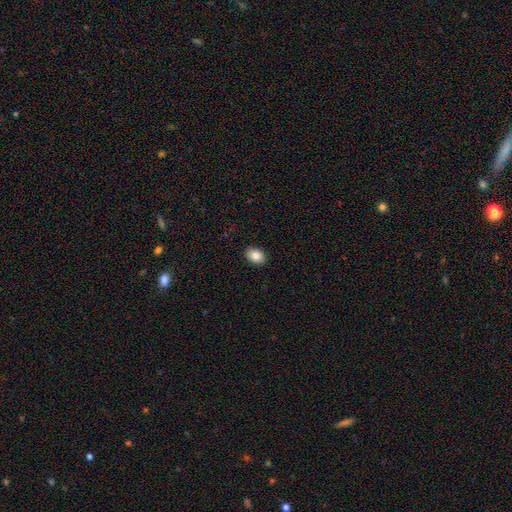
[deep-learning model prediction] A smooth galaxy with no disk features (86%) that is in between round and cigar-shaped (72%). Merging: none (90%).